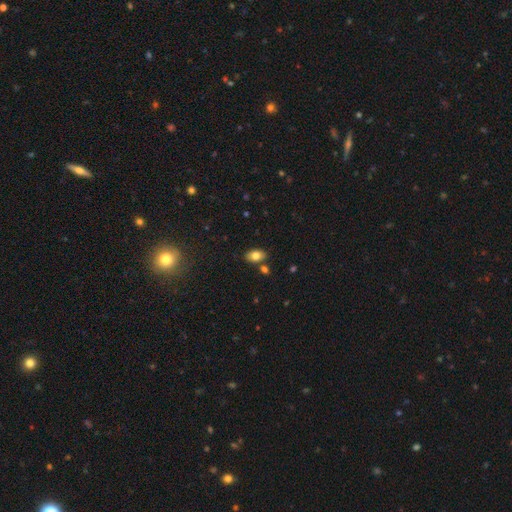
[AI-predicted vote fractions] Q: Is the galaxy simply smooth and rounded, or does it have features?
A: smooth — 80%.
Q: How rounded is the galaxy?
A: in between — 88%.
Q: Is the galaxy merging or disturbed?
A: none — 79%.